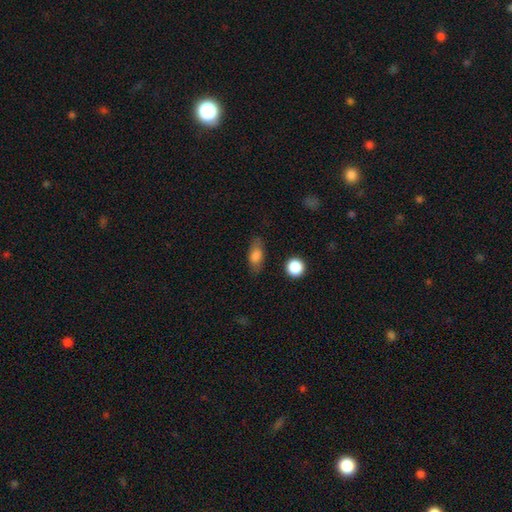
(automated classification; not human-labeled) A smooth galaxy with no disk features (76%) that is in between round and cigar-shaped (76%).

Vote fractions:
- Smooth or featured? smooth: 76% / featured or disk: 16% / star or artifact: 9%
- How rounded? in between: 76% / cigar-shaped: 15% / round: 9%
- Merging? none: 75% / minor disturbance: 17% / major disturbance: 6% / merger: 2%